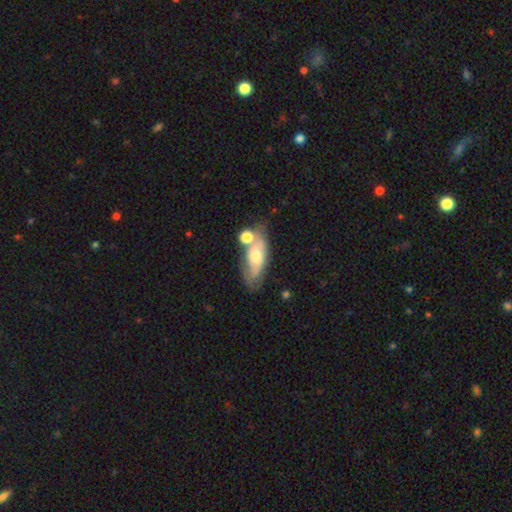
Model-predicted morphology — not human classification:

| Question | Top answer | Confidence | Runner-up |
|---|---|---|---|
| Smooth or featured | featured or disk | 47% | smooth (46%) |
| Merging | none | 43% | merger (25%) |